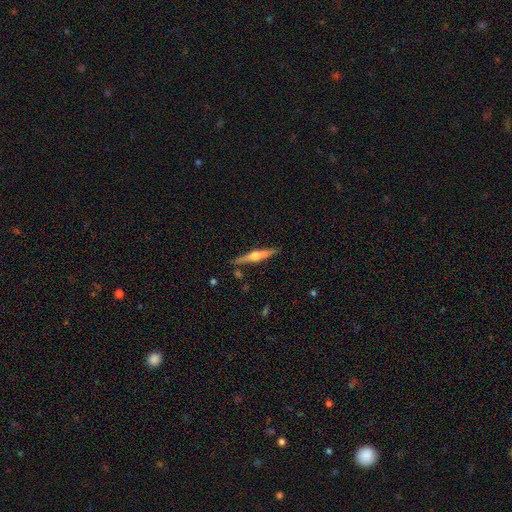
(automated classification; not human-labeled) A featured or disk galaxy (70%) viewed edge-on (97%) with a rounded central bulge (91%). Merging: none (79%).